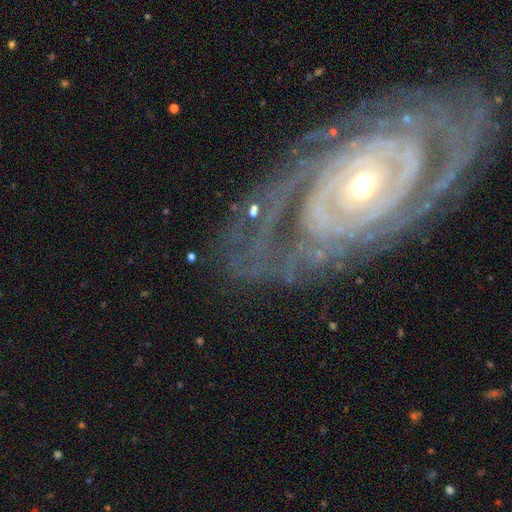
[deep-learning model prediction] smooth-or-featured: featured or disk: 88% | smooth: 6% | star or artifact: 6%
  disk-edge-on: no: 94% | yes: 6%
    bar: no: 70% | weak: 18% | strong: 11%
    has-spiral-arms: yes: 92% | no: 8%
      spiral-winding: tight: 79% | medium: 17% | loose: 5%
      spiral-arm-count: can't tell: 33% | 2: 25% | 3: 15% | 4: 10% | more than 4: 10% | 1: 7%
    bulge-size: moderate: 56% | small: 37% | large: 5% | dominant: 1% | none: 1%
  merging: none: 75% | minor disturbance: 15% | major disturbance: 9% | merger: 2%